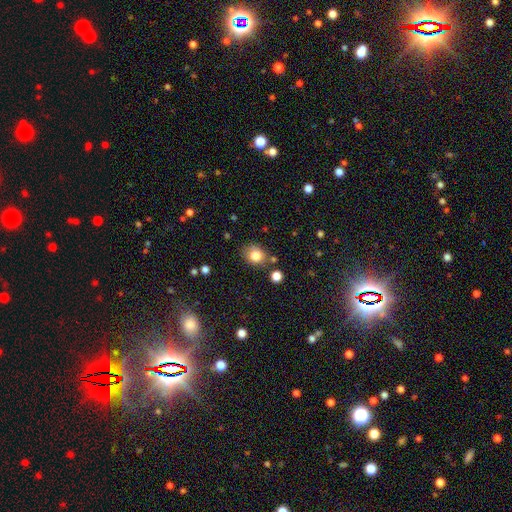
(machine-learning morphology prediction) This appears to be a smooth galaxy with no disk features (82%) that is round (64%). Merging: none (74%).